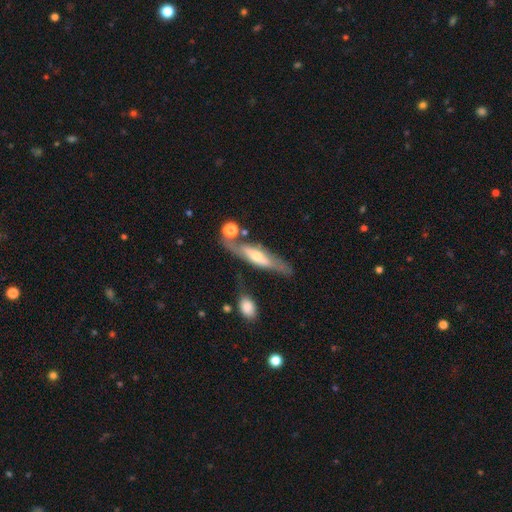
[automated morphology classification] Smooth or featured: featured or disk — 69% (smooth — 24%)
Edge-on disk: yes — 66% (no — 34%)
Merging: none — 66% (minor disturbance — 17%)